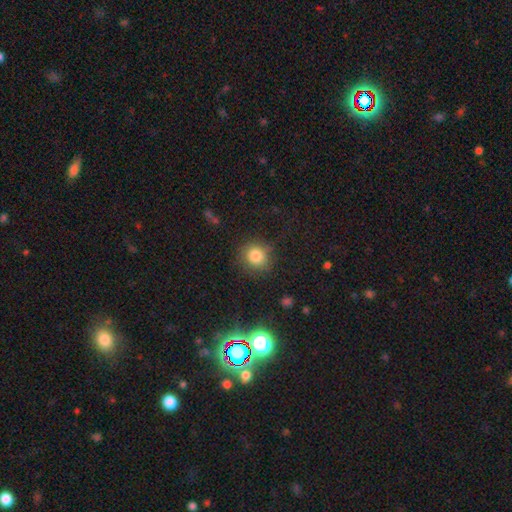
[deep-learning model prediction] Smooth or featured?
  - smooth: 81% *
  - star or artifact: 12%
  - featured or disk: 7%
How rounded?
  - round: 86% *
  - in between: 13%
  - cigar-shaped: 1%
Merging?
  - none: 79% *
  - minor disturbance: 14%
  - major disturbance: 5%
  - merger: 2%